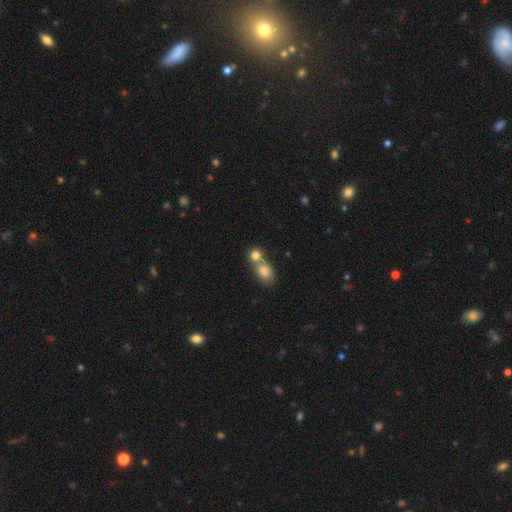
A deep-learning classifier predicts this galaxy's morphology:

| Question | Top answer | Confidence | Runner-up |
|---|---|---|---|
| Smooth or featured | smooth | 80% | star or artifact (11%) |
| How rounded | round | 68% | in between (30%) |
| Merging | merger | 56% | none (35%) |